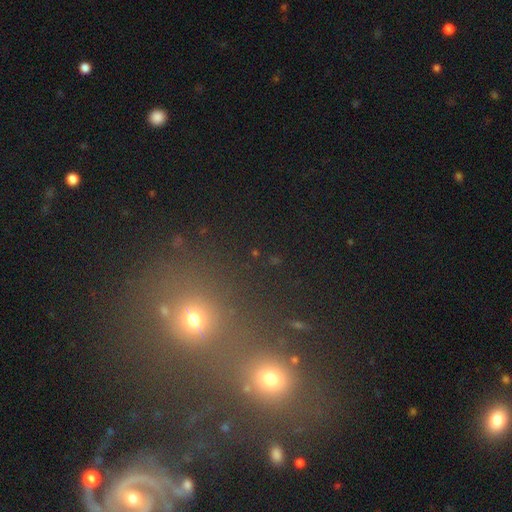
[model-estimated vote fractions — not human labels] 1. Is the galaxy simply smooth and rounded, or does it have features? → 51% star or artifact, 33% smooth, 16% featured or disk.